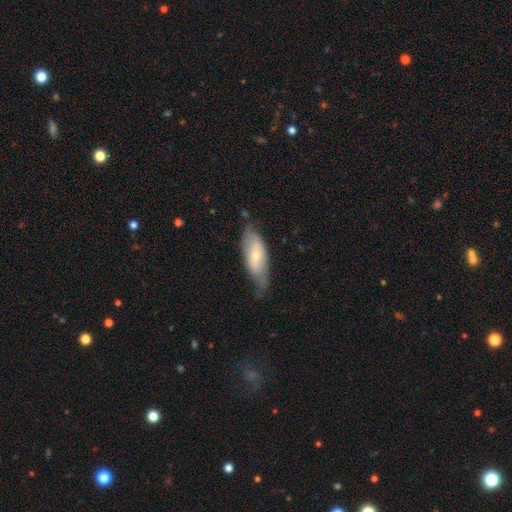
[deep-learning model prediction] Q: Smooth or featured?
A: smooth (49%); runner-up: featured or disk (46%)
Q: Merging?
A: none (58%); runner-up: minor disturbance (31%)